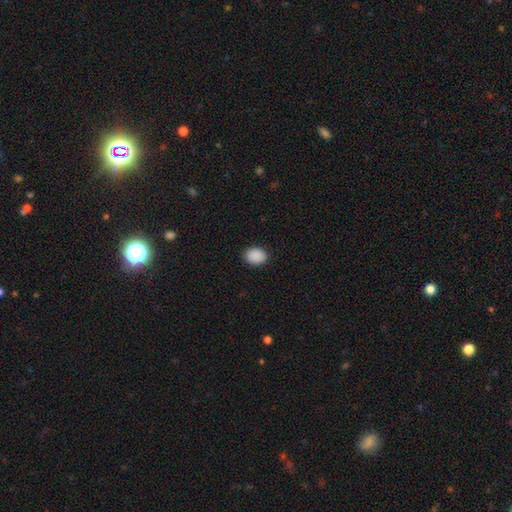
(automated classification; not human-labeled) smooth 91%, star or artifact 7%, featured or disk 2%. Down the decision tree: how rounded — in between (66%); merging — none (90%).